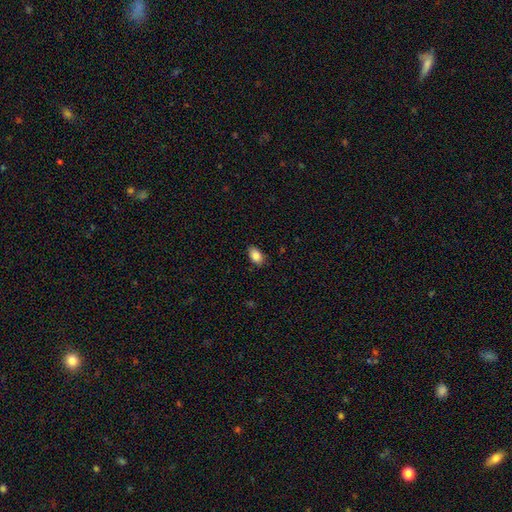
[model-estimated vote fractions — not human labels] A smooth galaxy with no disk features (87%) that is in between round and cigar-shaped (89%). Merging: none (83%).